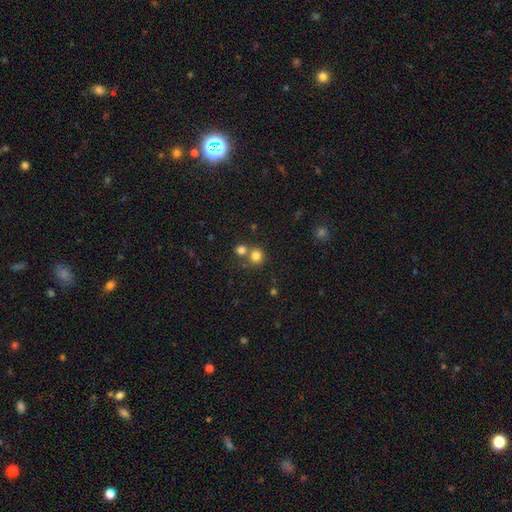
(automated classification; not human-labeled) The model was most divided on "merging": none: 56%, merger: 34%, minor disturbance: 7%, major disturbance: 3%. More confident: how rounded — round (89%); smooth or featured — smooth (80%).